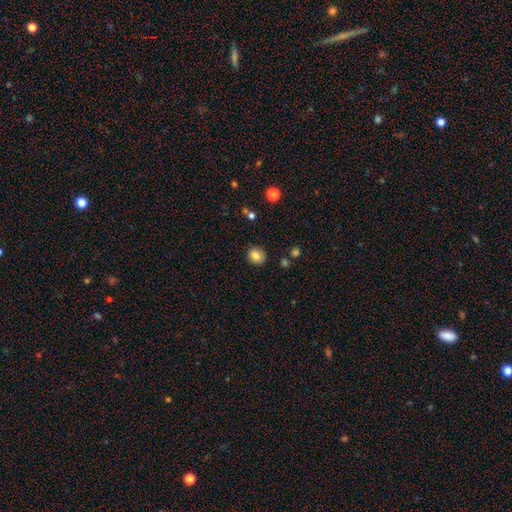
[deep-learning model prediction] The model was most divided on "how rounded": round: 80%, in between: 19%, cigar-shaped: 1%. More confident: merging — none (87%); smooth or featured — smooth (81%).